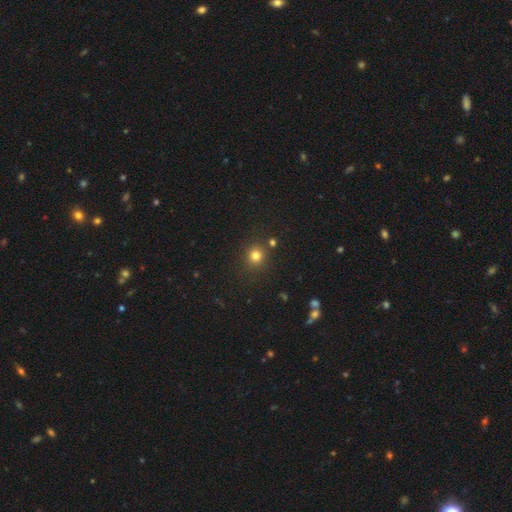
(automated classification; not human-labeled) Smooth or featured: smooth — 78% (star or artifact — 16%)
How rounded: round — 90% (in between — 9%)
Merging: none — 83% (minor disturbance — 8%)